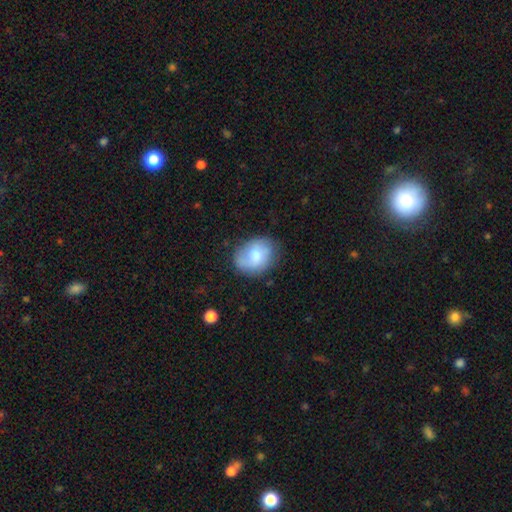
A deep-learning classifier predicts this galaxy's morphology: smooth 66%, featured or disk 26%, star or artifact 7%. Down the decision tree: how rounded — in between (58%); merging — none (68%).